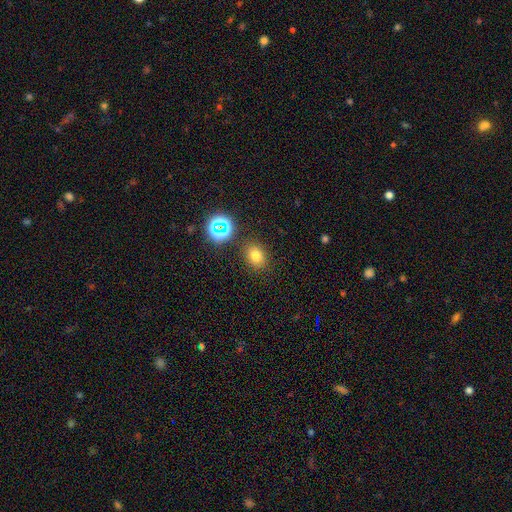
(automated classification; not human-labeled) Morphology: type=smooth (74%); roundness=in between (53%); merging=none (83%).